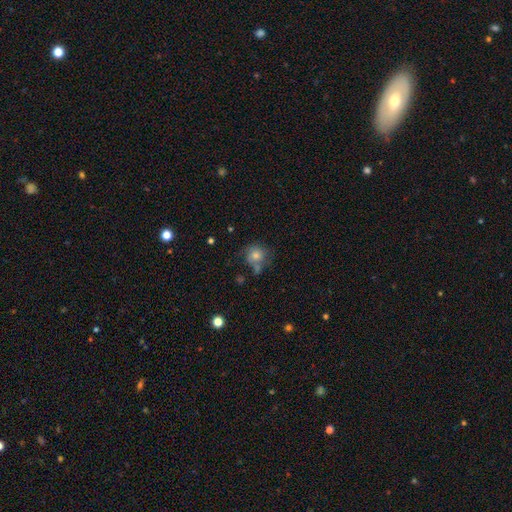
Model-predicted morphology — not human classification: This appears to be a smooth galaxy with no disk features (73%) that is round (82%). Merging: none (53%).